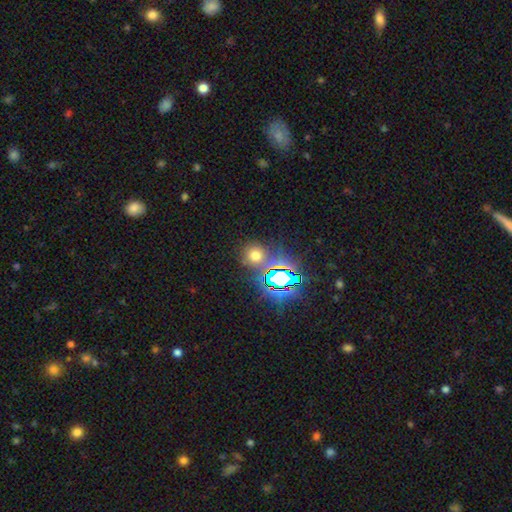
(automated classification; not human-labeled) Q: Smooth or featured?
A: smooth (56%); runner-up: star or artifact (36%)
Q: How rounded?
A: round (86%); runner-up: in between (13%)
Q: Merging?
A: none (76%); runner-up: minor disturbance (11%)